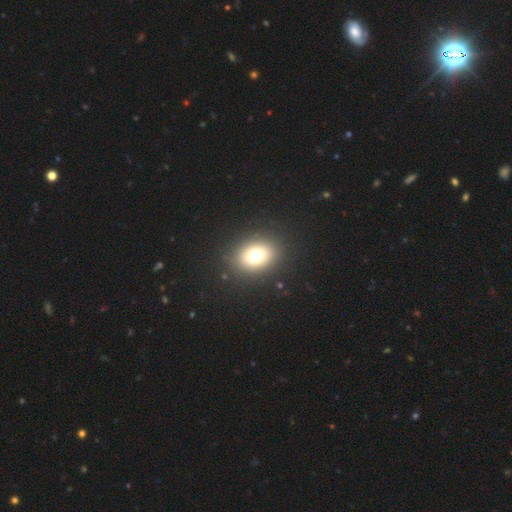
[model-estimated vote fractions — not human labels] Q: Smooth or featured?
A: smooth (71%); runner-up: star or artifact (15%)
Q: How rounded?
A: in between (54%); runner-up: round (45%)
Q: Merging?
A: none (86%); runner-up: minor disturbance (8%)